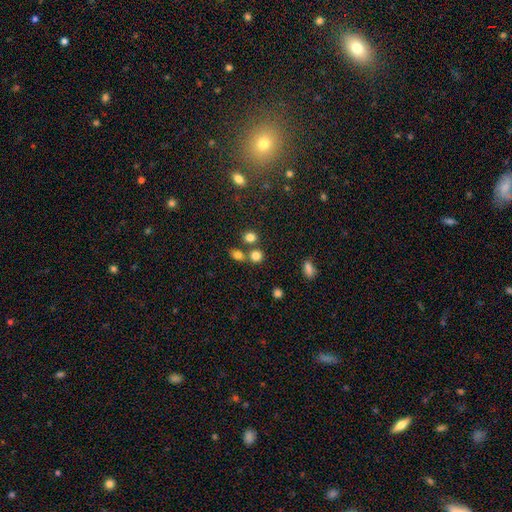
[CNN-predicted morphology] Q: Smooth or featured?
A: smooth (79%); runner-up: star or artifact (14%)
Q: How rounded?
A: round (82%); runner-up: in between (17%)
Q: Merging?
A: none (63%); runner-up: merger (25%)